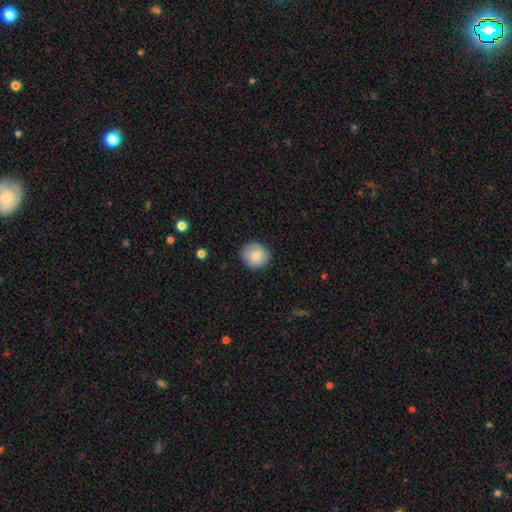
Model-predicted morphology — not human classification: Smooth or featured? Predicted: smooth (p=0.80). How rounded? Predicted: round (p=0.92). Merging? Predicted: none (p=0.86).